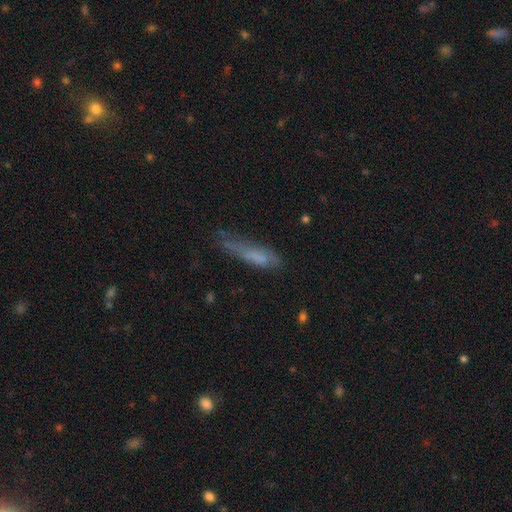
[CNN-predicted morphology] A smooth galaxy with no disk features (63%) that is cigar-shaped (78%). Merging: none (44%).